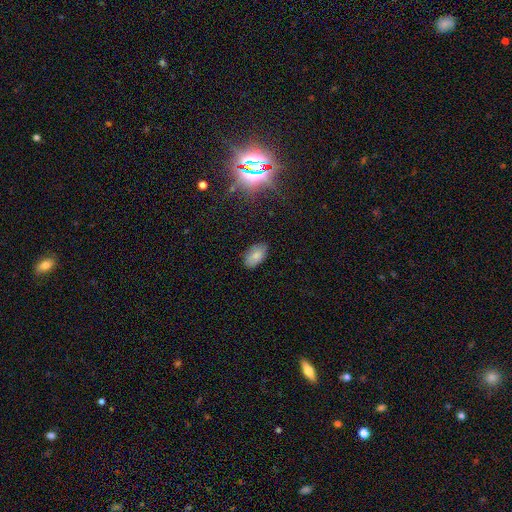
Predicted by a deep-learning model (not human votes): smooth 82%, star or artifact 10%, featured or disk 8%. Down the decision tree: how rounded — in between (93%); merging — none (81%).